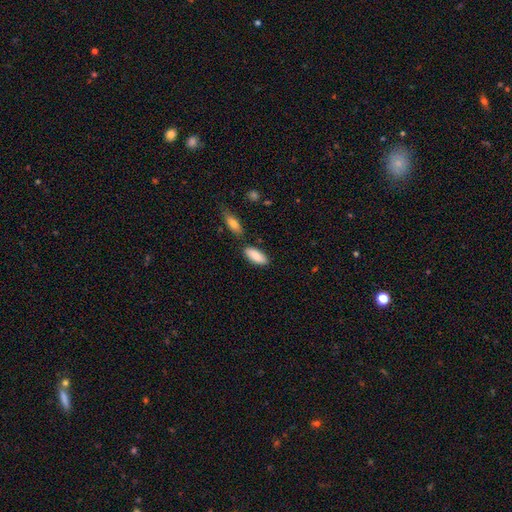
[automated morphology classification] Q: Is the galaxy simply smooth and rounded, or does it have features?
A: smooth — 86%.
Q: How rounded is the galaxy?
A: in between — 81%.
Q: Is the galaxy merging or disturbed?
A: none — 79%.